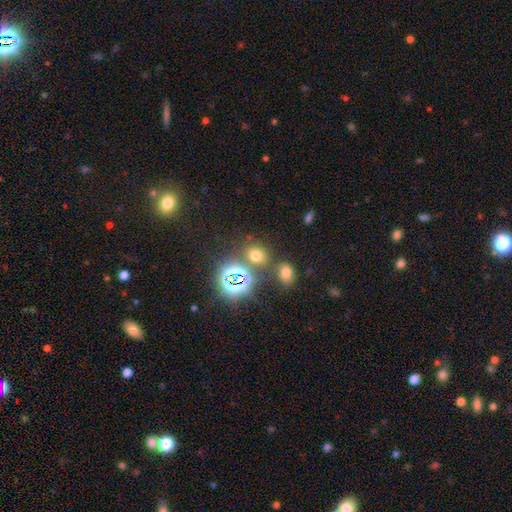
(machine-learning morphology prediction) A smooth galaxy with no disk features (56%) that is round (55%). Merging: none (73%).